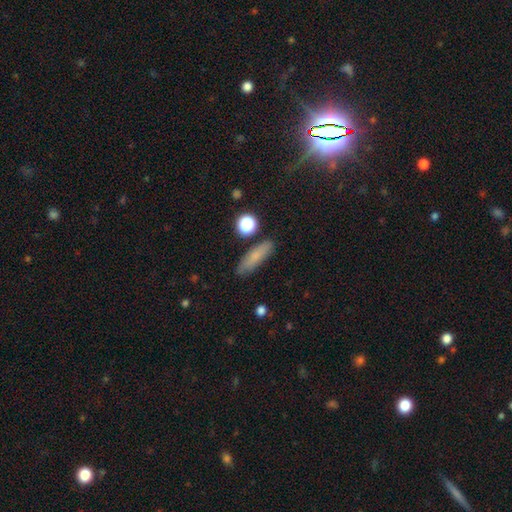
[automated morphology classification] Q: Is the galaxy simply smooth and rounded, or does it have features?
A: smooth — 76%.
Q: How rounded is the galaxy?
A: cigar-shaped — 60%.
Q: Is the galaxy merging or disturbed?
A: none — 83%.